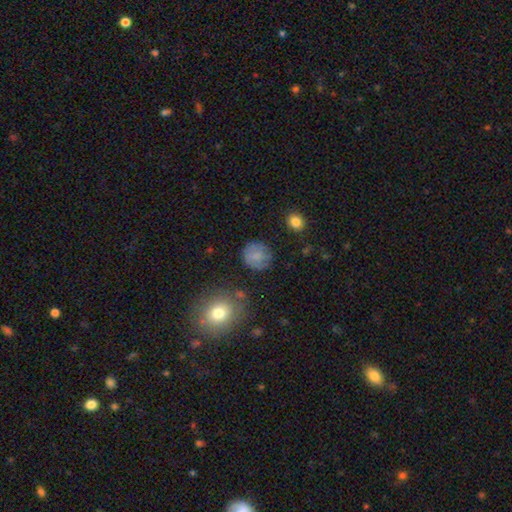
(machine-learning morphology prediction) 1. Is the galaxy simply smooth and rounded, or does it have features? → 73% smooth, 18% featured or disk, 10% star or artifact.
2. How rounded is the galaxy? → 87% round, 12% in between, 1% cigar-shaped.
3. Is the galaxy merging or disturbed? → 74% none, 16% minor disturbance, 7% major disturbance, 3% merger.